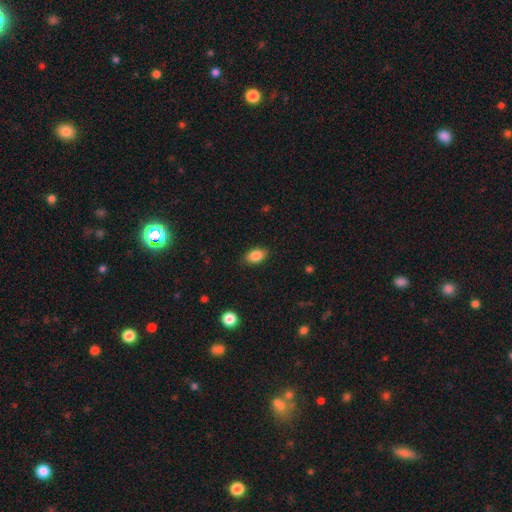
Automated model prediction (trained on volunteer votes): The model was most divided on "merging": none: 86%, minor disturbance: 11%, major disturbance: 3%, merger: 1%. More confident: how rounded — in between (88%); smooth or featured — smooth (86%).